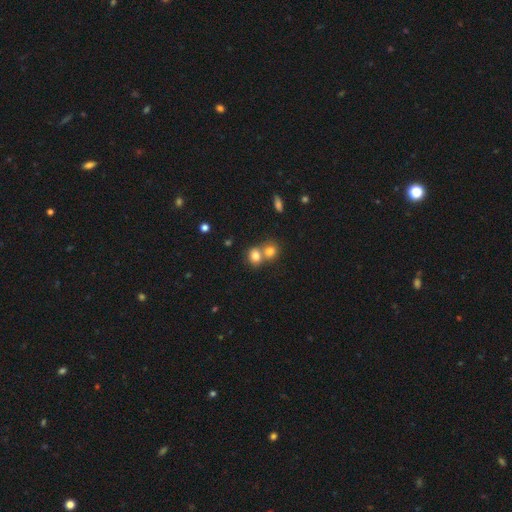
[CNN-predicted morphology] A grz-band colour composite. It shows a smooth galaxy with no disk features (78%) that is round (68%). Merging: merger (57%).